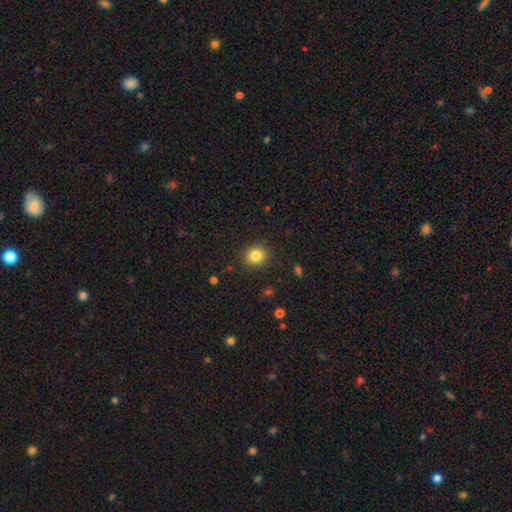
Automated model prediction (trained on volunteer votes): Smooth or featured? smooth (83%)
How rounded? round (85%)
Merging? none (90%)